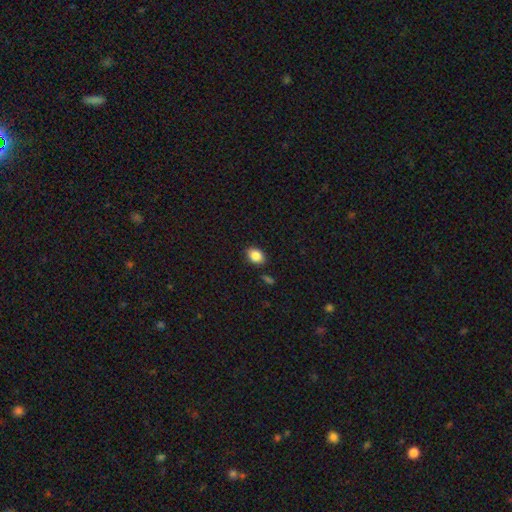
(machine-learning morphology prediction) Q: Smooth or featured?
A: smooth (86%); runner-up: star or artifact (9%)
Q: How rounded?
A: in between (68%); runner-up: round (31%)
Q: Merging?
A: none (82%); runner-up: minor disturbance (13%)